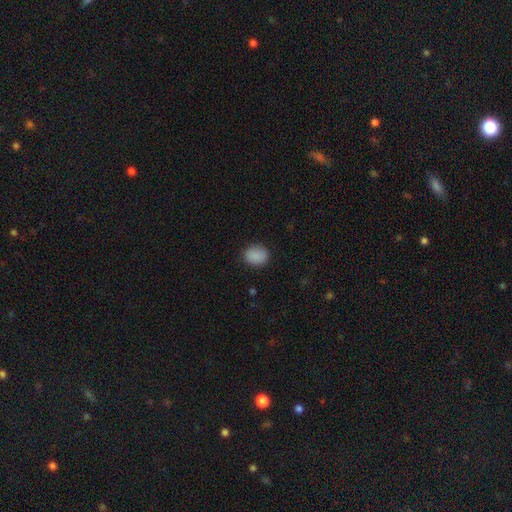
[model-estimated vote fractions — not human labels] Q: Smooth or featured?
A: smooth (88%); runner-up: star or artifact (8%)
Q: How rounded?
A: round (50%); runner-up: in between (49%)
Q: Merging?
A: none (86%); runner-up: minor disturbance (10%)